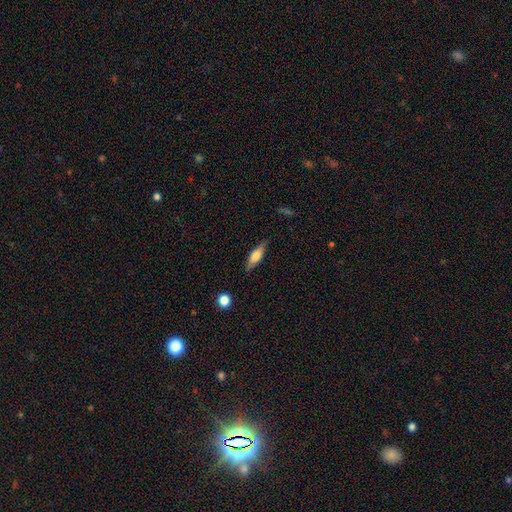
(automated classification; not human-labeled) Smooth or featured: smooth — 54% (featured or disk — 39%)
How rounded: cigar-shaped — 51% (in between — 46%)
Merging: none — 84% (minor disturbance — 12%)